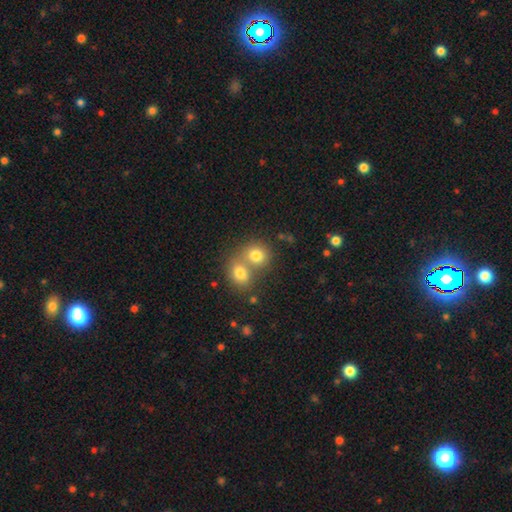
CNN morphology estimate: The model was most divided on "merging": merger: 54%, none: 37%, minor disturbance: 6%, major disturbance: 3%. More confident: smooth or featured — smooth (77%); how rounded — round (76%).